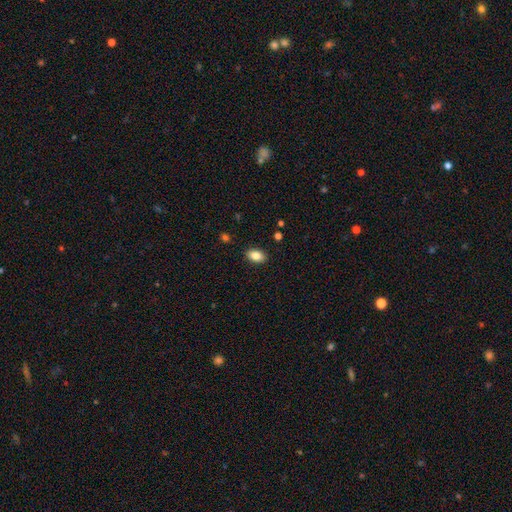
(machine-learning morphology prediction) A smooth galaxy with no disk features (85%) that is in between round and cigar-shaped (90%).

Vote fractions:
- Smooth or featured? smooth: 85% / star or artifact: 8% / featured or disk: 7%
- How rounded? in between: 90% / round: 7% / cigar-shaped: 2%
- Merging? none: 89% / minor disturbance: 8% / major disturbance: 2% / merger: 1%